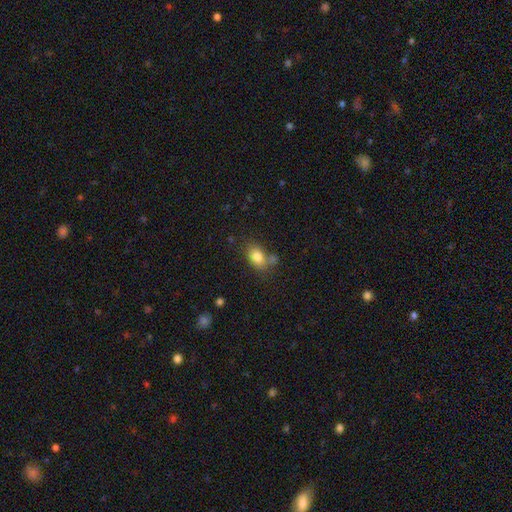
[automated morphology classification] Smooth or featured? Predicted: smooth (p=0.81). How rounded? Predicted: in between (p=0.76). Merging? Predicted: none (p=0.62).